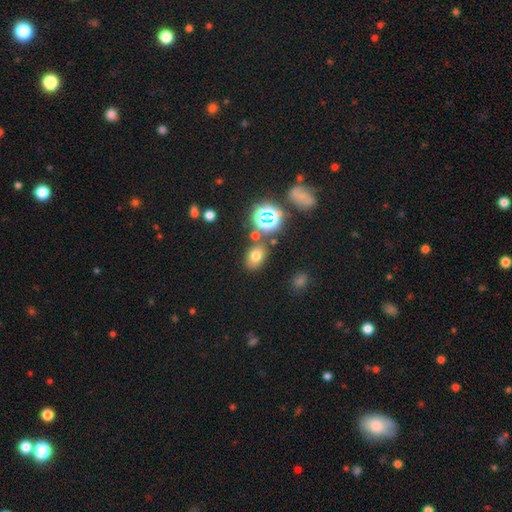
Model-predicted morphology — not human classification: Smooth or featured? smooth (67%)
How rounded? in between (71%)
Merging? none (74%)